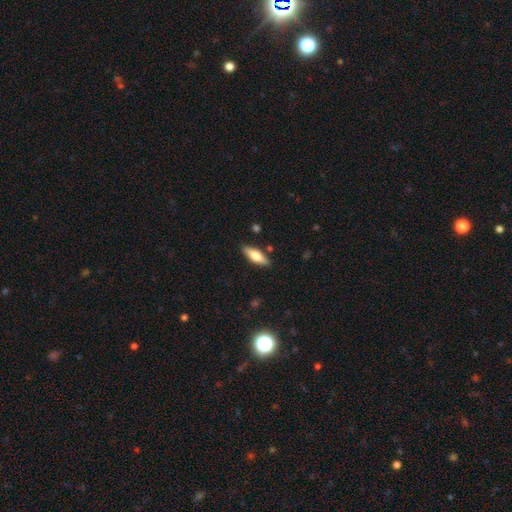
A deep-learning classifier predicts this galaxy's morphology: Overall: smooth (61%; featured or disk 33%). How rounded: in between (57%; cigar-shaped 41%). Merging: none (86%).